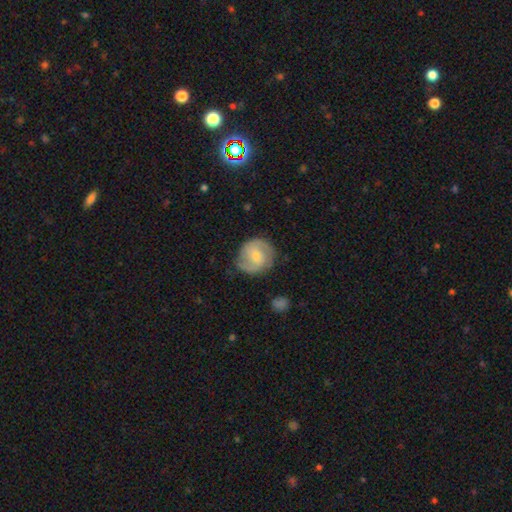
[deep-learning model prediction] Smooth or featured? featured or disk (61%)
Edge-on disk? no (98%)
Bar? no (48%)
Spiral arms? yes (87%)
Spiral winding? medium (44%)
Spiral arm count? 2 (76%)
Bulge size? small (59%)
Merging? none (71%)